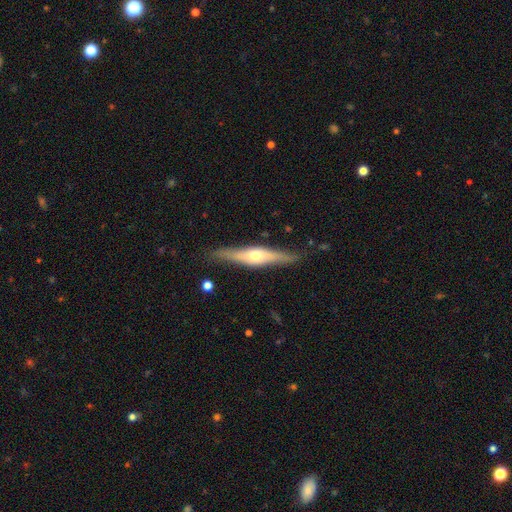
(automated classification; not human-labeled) smooth_or_featured: featured or disk (p=0.65) [alt: smooth p=0.29]
disk_edge_on: yes (p=0.92) [alt: no p=0.08]
edge_on_bulge: rounded (p=0.87) [alt: boxy p=0.08]
merging: none (p=0.84) [alt: minor disturbance p=0.12]